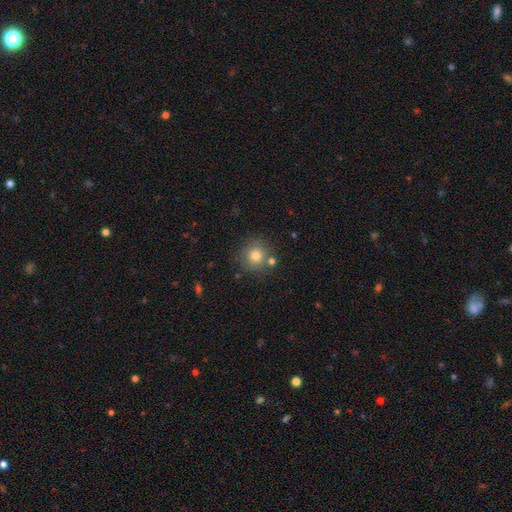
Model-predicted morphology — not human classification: The model was most divided on "smooth or featured": smooth: 77%, star or artifact: 12%, featured or disk: 10%. More confident: how rounded — round (93%); merging — none (79%).